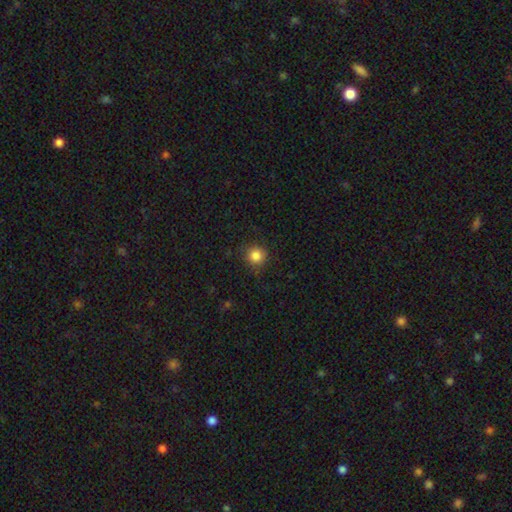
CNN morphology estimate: smooth_or_featured: smooth (p=0.85) [alt: star or artifact p=0.11]
how_rounded: round (p=0.93) [alt: in between p=0.06]
merging: none (p=0.86) [alt: minor disturbance p=0.10]